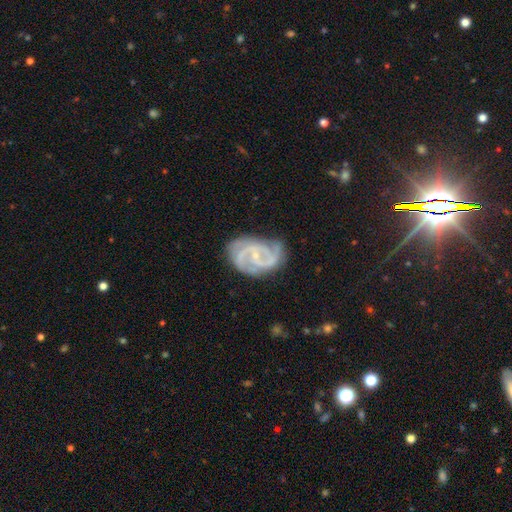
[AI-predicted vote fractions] A featured or disk galaxy (87%) with a weak bar (44%), 2 (53%) medium (47%) spiral arms (97%) and a small central bulge (75%). Merging: none (69%).